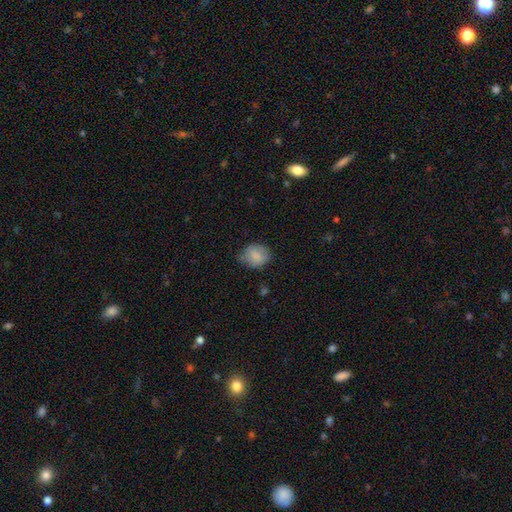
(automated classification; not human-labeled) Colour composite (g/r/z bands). It shows a smooth galaxy with no disk features (82%) that is round (58%). Merging: none (67%).